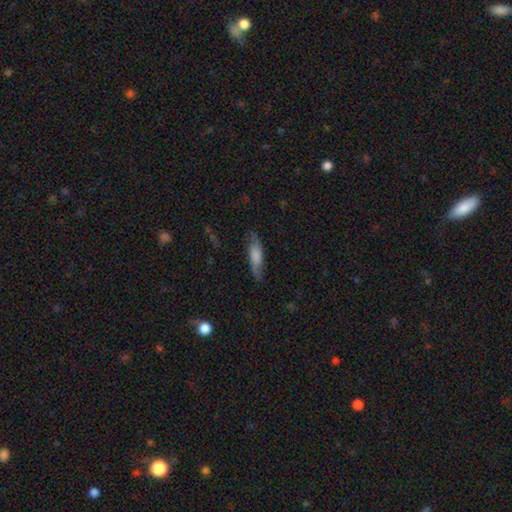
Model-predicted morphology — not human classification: smooth_or_featured: smooth (p=0.58) [alt: featured or disk p=0.35]
how_rounded: cigar-shaped (p=0.51) [alt: in between p=0.46]
merging: none (p=0.73) [alt: minor disturbance p=0.20]